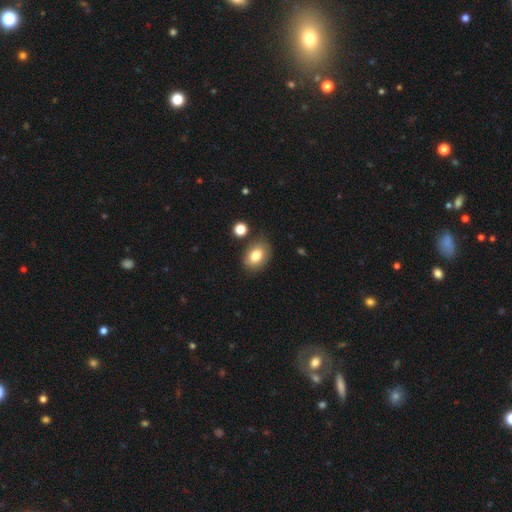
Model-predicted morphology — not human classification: smooth-or-featured: smooth: 81% | featured or disk: 11% | star or artifact: 8%
  how-rounded: in between: 76% | round: 23% | cigar-shaped: 1%
  merging: none: 79% | minor disturbance: 13% | merger: 5% | major disturbance: 3%